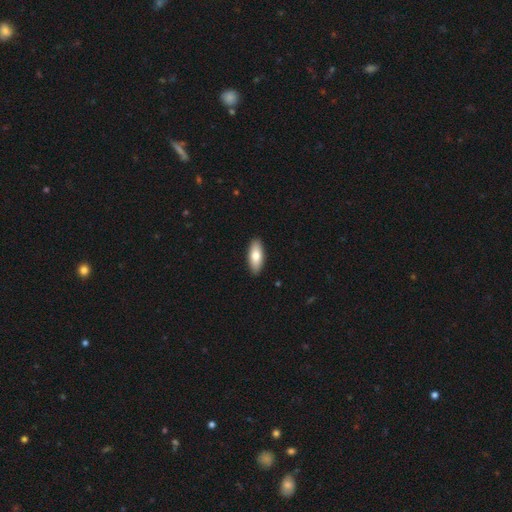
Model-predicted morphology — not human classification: smooth-or-featured: smooth: 77% | featured or disk: 17% | star or artifact: 5%
  how-rounded: in between: 80% | cigar-shaped: 18% | round: 2%
  merging: none: 91% | minor disturbance: 7% | major disturbance: 1% | merger: 1%